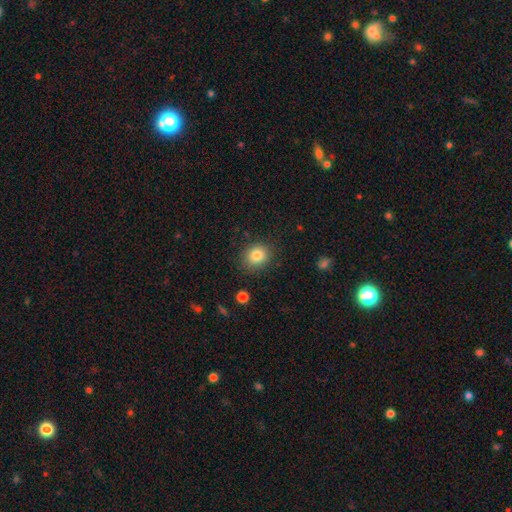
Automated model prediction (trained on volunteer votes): Morphology: type=smooth (84%); roundness=round (71%); merging=none (85%).